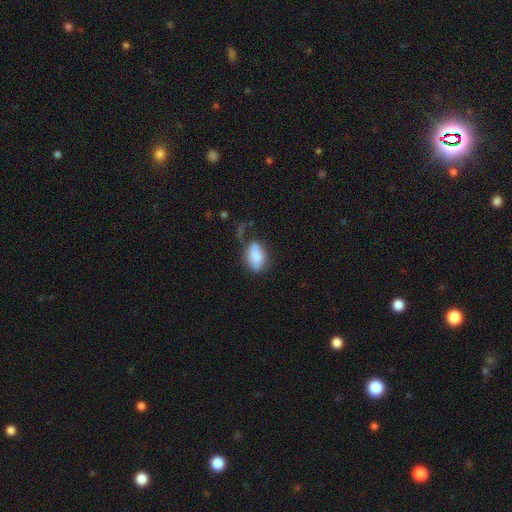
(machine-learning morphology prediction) This appears to be a smooth galaxy with no disk features (81%) that is in between round and cigar-shaped (89%). Merging: none (50%).